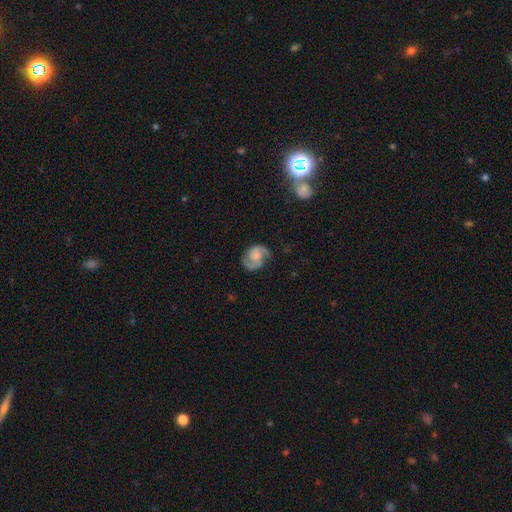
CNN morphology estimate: Smooth or featured?
  - featured or disk: 79% *
  - smooth: 14%
  - star or artifact: 7%
Edge-on disk?
  - no: 98% *
  - yes: 2%
Bar?
  - no: 64% *
  - weak: 30%
  - strong: 6%
Spiral arms?
  - yes: 96% *
  - no: 4%
Spiral winding?
  - medium: 53% *
  - tight: 26%
  - loose: 21%
Spiral arm count?
  - 2: 90% *
  - can't tell: 4%
  - 1: 2%
  - 3: 1%
  - 4: 1%
  - more than 4: 1%
Bulge size?
  - moderate: 30% *
  - none: 28%
  - small: 27%
  - large: 12%
  - dominant: 2%
Merging?
  - none: 73% *
  - minor disturbance: 18%
  - major disturbance: 7%
  - merger: 1%